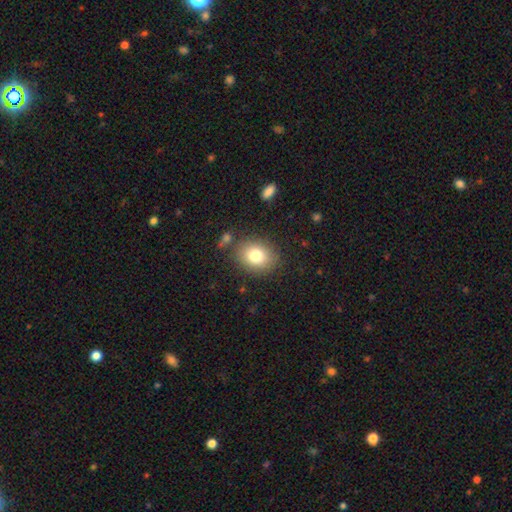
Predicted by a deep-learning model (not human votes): Smooth or featured?
  - smooth: 79% *
  - featured or disk: 11%
  - star or artifact: 10%
How rounded?
  - round: 50% *
  - in between: 49%
  - cigar-shaped: 1%
Merging?
  - none: 82% *
  - minor disturbance: 10%
  - major disturbance: 4%
  - merger: 4%